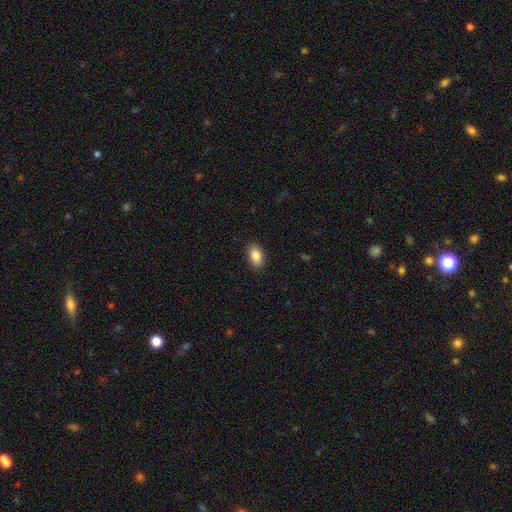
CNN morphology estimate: This is clearly a smooth galaxy (87%). How rounded: clearly in between (92%). Merging: clearly none (89%).